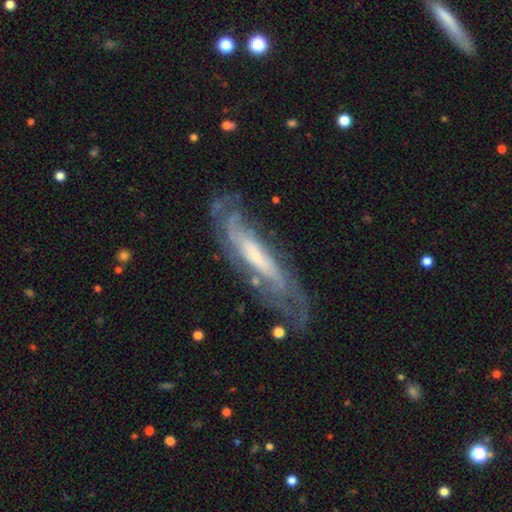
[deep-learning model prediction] A featured or disk galaxy (79%) with no bar (50%), tight (51%) spiral arms (91%) and a small central bulge (47%). Merging: none (66%).